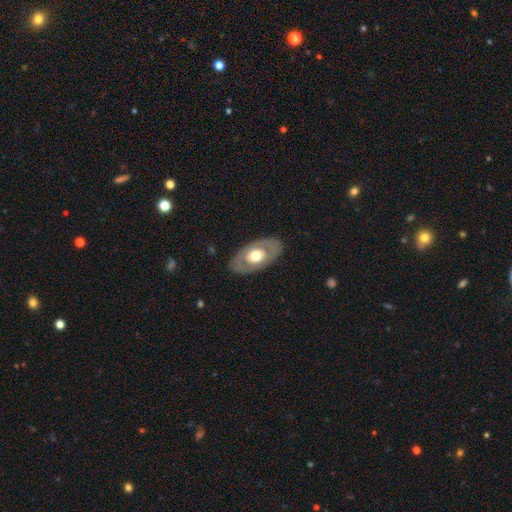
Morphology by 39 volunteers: A featured or disk galaxy (56%) with no bar (83%), no spiral arms (100%) and a moderate central bulge (78%).

Vote fractions:
- Smooth or featured? featured or disk: 56% / smooth: 38% / star or artifact: 5%
- Edge-on disk? no: 82% / yes: 18%
- Bar? no: 83% / weak: 11% / strong: 6%
- Spiral arms? no: 100% / yes: 0%
- Bulge size? moderate: 78% / large: 22% / dominant: 0% / small: 0% / none: 0%
- Merging? none: 86% / minor disturbance: 11% / major disturbance: 3% / merger: 0%